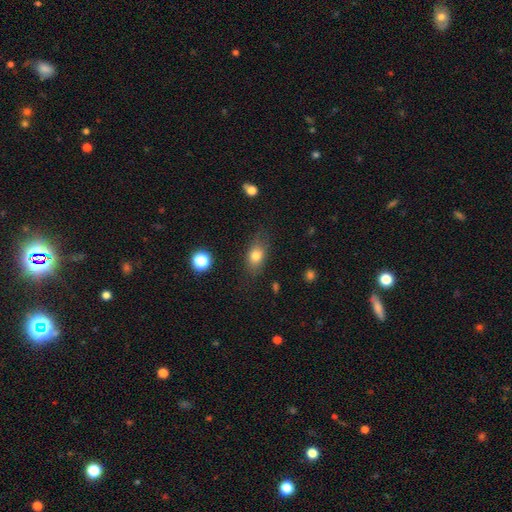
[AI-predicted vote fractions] smooth_or_featured: smooth (p=0.76) [alt: featured or disk p=0.13]
how_rounded: in between (p=0.75) [alt: round p=0.19]
merging: none (p=0.74) [alt: minor disturbance p=0.18]